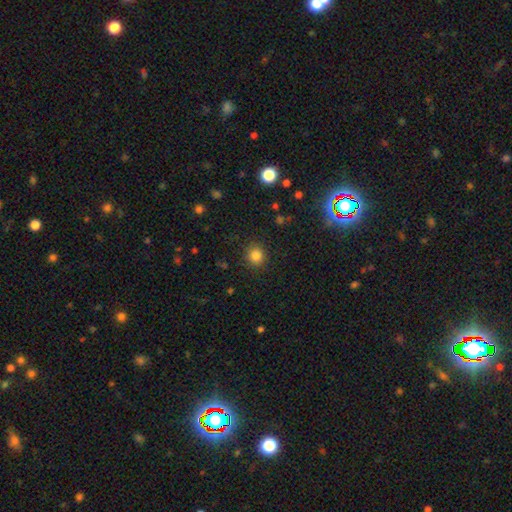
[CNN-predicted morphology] A smooth galaxy with no disk features (82%) that is round (89%).

Vote fractions:
- Smooth or featured? smooth: 82% / star or artifact: 13% / featured or disk: 5%
- How rounded? round: 89% / in between: 11% / cigar-shaped: 1%
- Merging? none: 89% / minor disturbance: 7% / major disturbance: 3% / merger: 1%